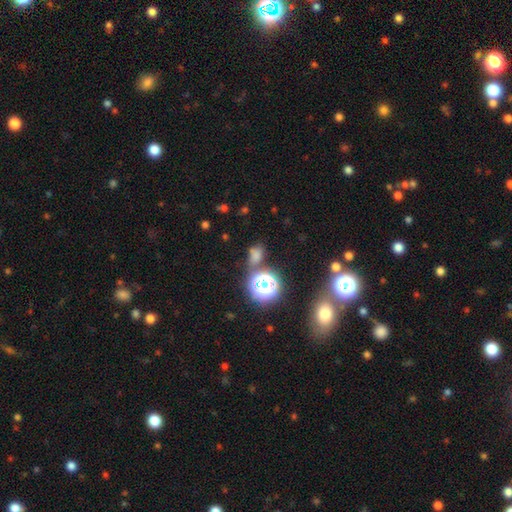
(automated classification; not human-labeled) smooth_or_featured: smooth (p=0.58) [alt: star or artifact p=0.33]
how_rounded: in between (p=0.54) [alt: round p=0.44]
merging: none (p=0.60) [alt: minor disturbance p=0.17]